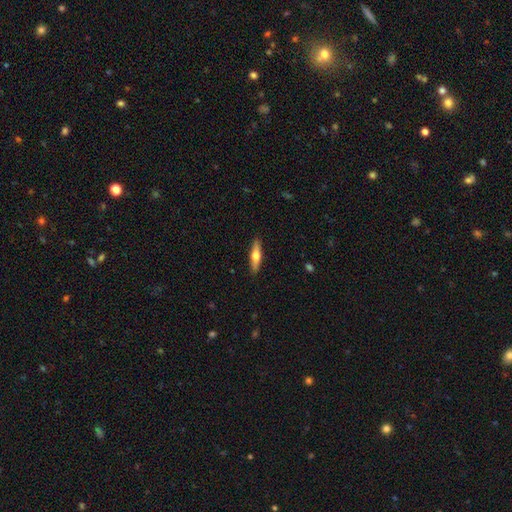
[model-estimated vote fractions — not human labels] A smooth galaxy with no disk features (49%).

Vote fractions:
- Smooth or featured? smooth: 49% / featured or disk: 45% / star or artifact: 5%
- Merging? none: 90% / minor disturbance: 7% / major disturbance: 2% / merger: 1%